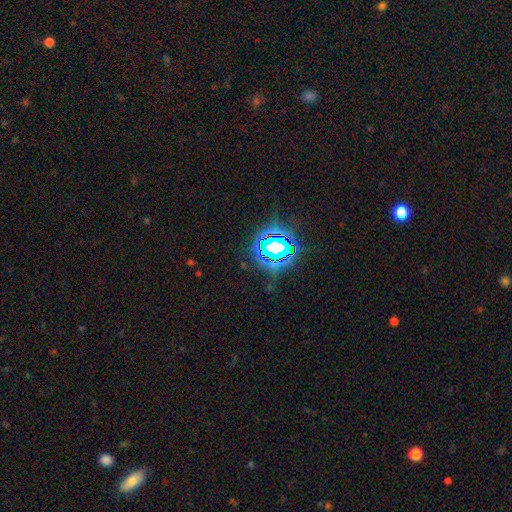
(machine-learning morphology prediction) smooth_or_featured: star or artifact (p=0.82) [alt: smooth p=0.12]